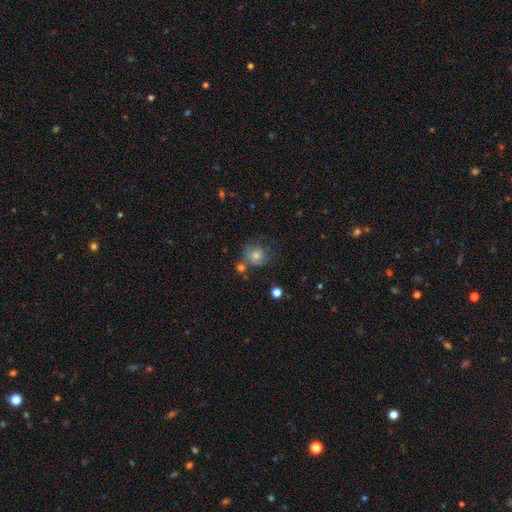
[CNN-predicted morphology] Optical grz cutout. It shows a smooth galaxy with no disk features (56%) that is round (83%). Merging: none (62%).